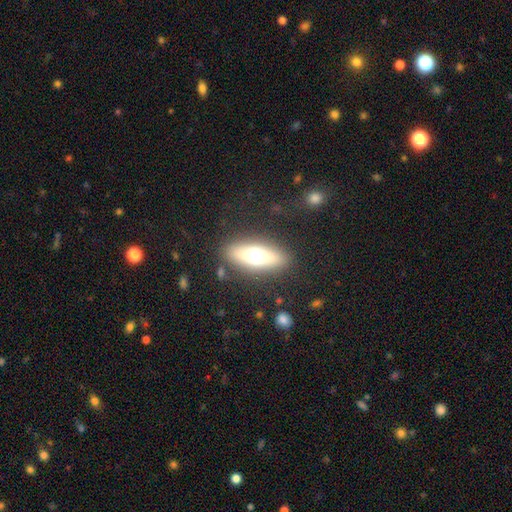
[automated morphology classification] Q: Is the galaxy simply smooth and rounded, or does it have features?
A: smooth — 53%.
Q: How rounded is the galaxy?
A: in between — 63%.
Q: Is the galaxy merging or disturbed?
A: none — 84%.